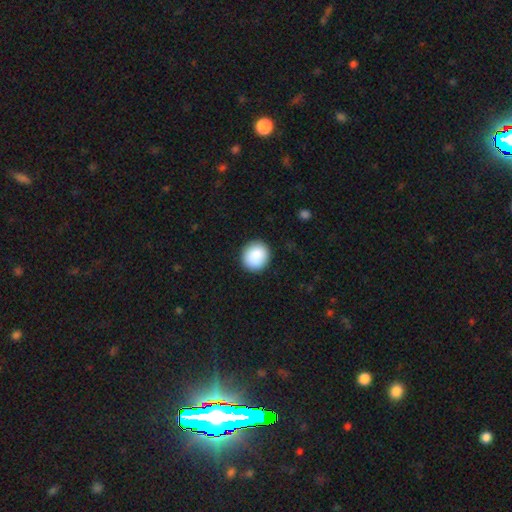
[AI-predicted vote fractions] This is clearly a smooth galaxy (89%). How rounded: clearly round (84%). Merging: clearly none (91%).